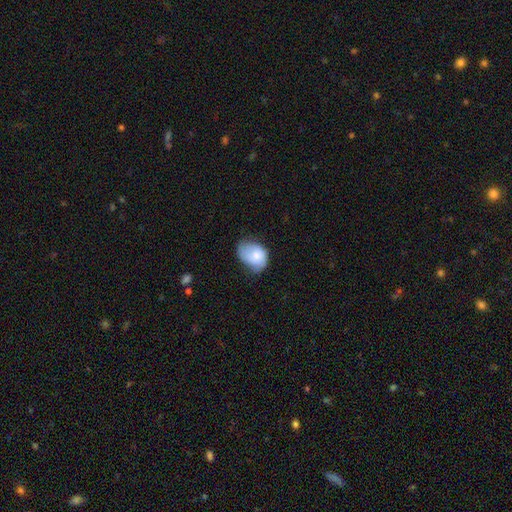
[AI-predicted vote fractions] Q: Smooth or featured?
A: smooth (71%); runner-up: featured or disk (22%)
Q: How rounded?
A: in between (72%); runner-up: round (27%)
Q: Merging?
A: minor disturbance (45%); runner-up: none (35%)